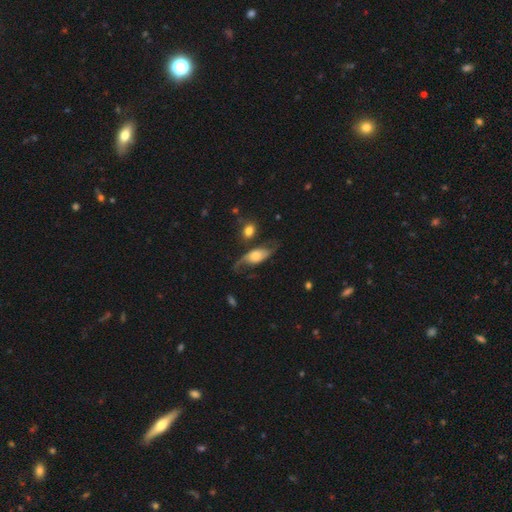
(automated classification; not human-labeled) A featured or disk galaxy (67%) with no bar (68%), 2 (87%) loose (79%) spiral arms (89%) and a moderate central bulge (36%).

Vote fractions:
- Smooth or featured? featured or disk: 67% / smooth: 26% / star or artifact: 7%
- Edge-on disk? no: 86% / yes: 14%
- Bar? no: 68% / weak: 25% / strong: 7%
- Spiral arms? yes: 89% / no: 11%
- Spiral winding? loose: 79% / medium: 16% / tight: 5%
- Spiral arm count? 2: 87% / 1: 7% / can't tell: 4% / 3: 1% / 4: 1% / more than 4: 1%
- Bulge size? moderate: 36% / large: 29% / small: 21% / dominant: 7% / none: 7%
- Merging? none: 52% / minor disturbance: 23% / major disturbance: 17% / merger: 8%